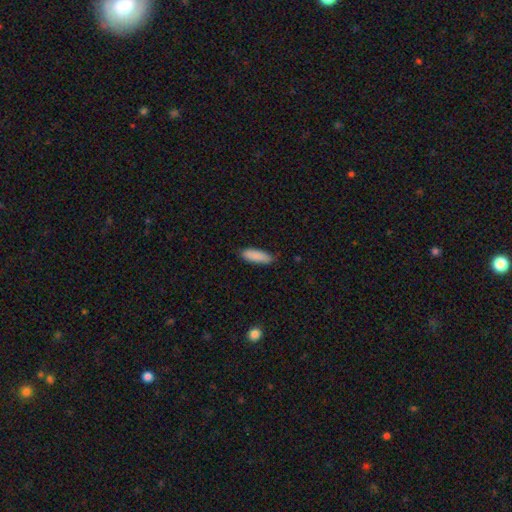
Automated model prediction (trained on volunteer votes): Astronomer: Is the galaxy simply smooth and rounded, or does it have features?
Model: smooth — 89%.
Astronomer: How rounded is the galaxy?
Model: in between — 61% (runner-up: cigar-shaped, 37%).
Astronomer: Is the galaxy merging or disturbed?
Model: none — 83%.